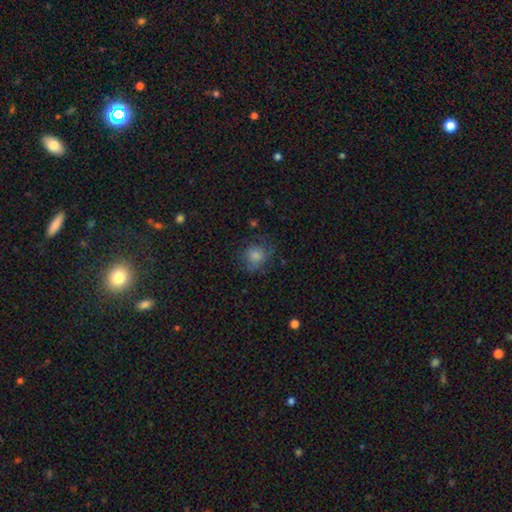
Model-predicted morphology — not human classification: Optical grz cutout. It shows a smooth galaxy with no disk features (80%) that is round (74%). Merging: none (65%).